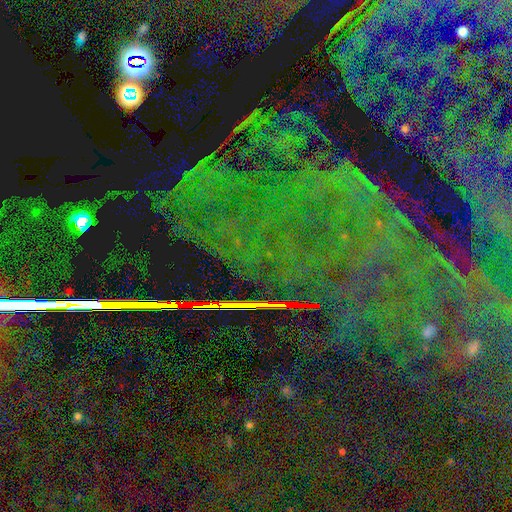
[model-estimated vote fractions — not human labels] smooth_or_featured: star or artifact (p=0.86) [alt: featured or disk p=0.07]